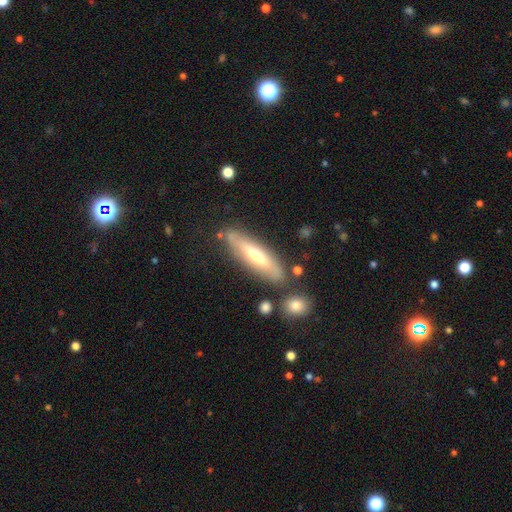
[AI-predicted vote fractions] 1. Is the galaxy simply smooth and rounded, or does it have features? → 49% featured or disk, 44% smooth, 6% star or artifact.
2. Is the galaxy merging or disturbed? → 76% none, 14% minor disturbance, 5% merger, 5% major disturbance.